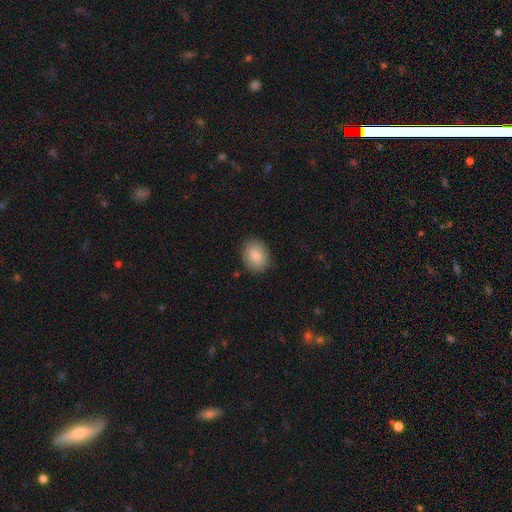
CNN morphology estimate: Smooth or featured?
  - smooth: 85% *
  - featured or disk: 8%
  - star or artifact: 7%
How rounded?
  - in between: 56% *
  - round: 43%
  - cigar-shaped: 1%
Merging?
  - none: 86% *
  - minor disturbance: 11%
  - major disturbance: 3%
  - merger: 1%